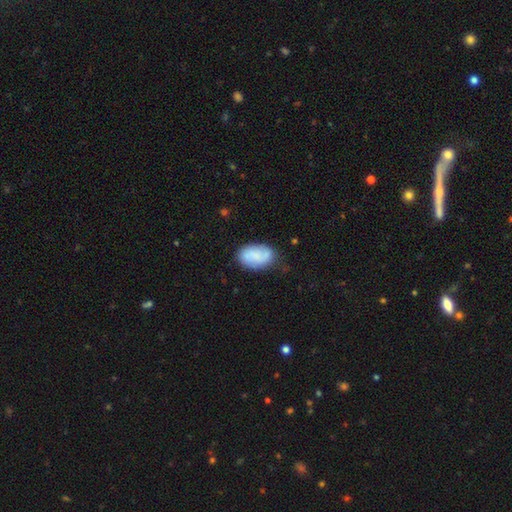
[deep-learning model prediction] This is likely a smooth galaxy (67%). How rounded: clearly in between (90%). Merging: likely none (70%).